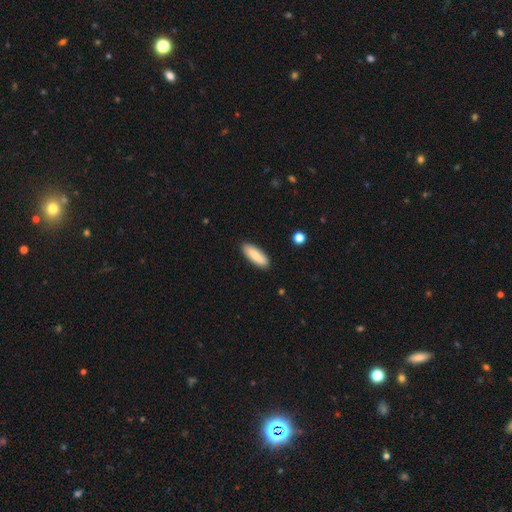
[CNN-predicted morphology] A smooth galaxy with no disk features (82%) that is in between round and cigar-shaped (60%).

Vote fractions:
- Smooth or featured? smooth: 82% / featured or disk: 12% / star or artifact: 6%
- How rounded? in between: 60% / cigar-shaped: 38% / round: 2%
- Merging? none: 89% / minor disturbance: 8% / major disturbance: 2% / merger: 1%